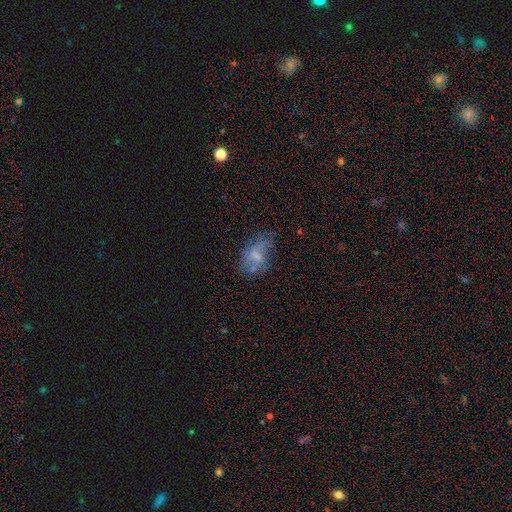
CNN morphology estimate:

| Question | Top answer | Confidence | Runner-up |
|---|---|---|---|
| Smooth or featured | featured or disk | 49% | smooth (39%) |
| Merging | none | 38% | minor disturbance (27%) |